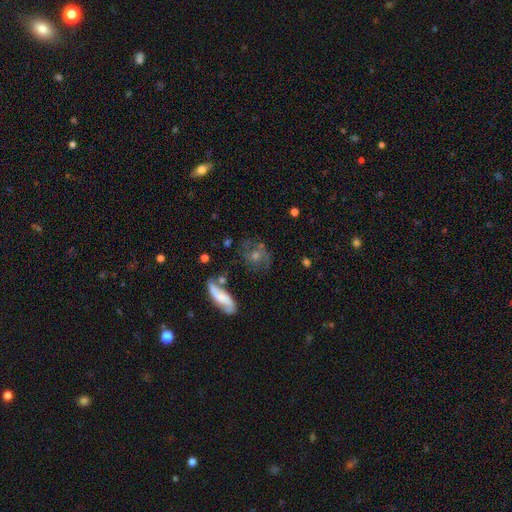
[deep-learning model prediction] featured or disk 49%, smooth 35%, star or artifact 17%. Down the decision tree: merging — none (56%).